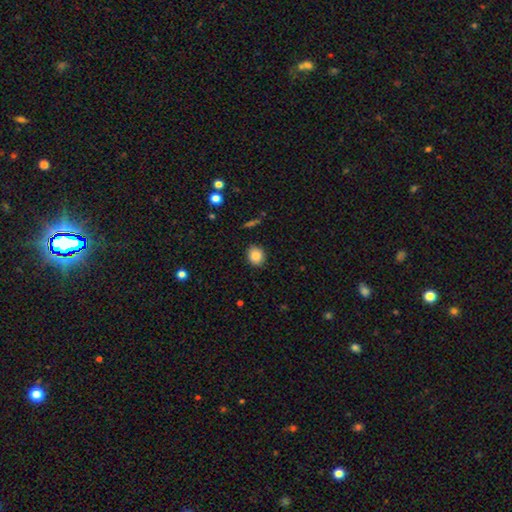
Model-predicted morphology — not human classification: The model was most divided on "how rounded": round: 69%, in between: 30%, cigar-shaped: 1%. More confident: merging — none (87%); smooth or featured — smooth (85%).